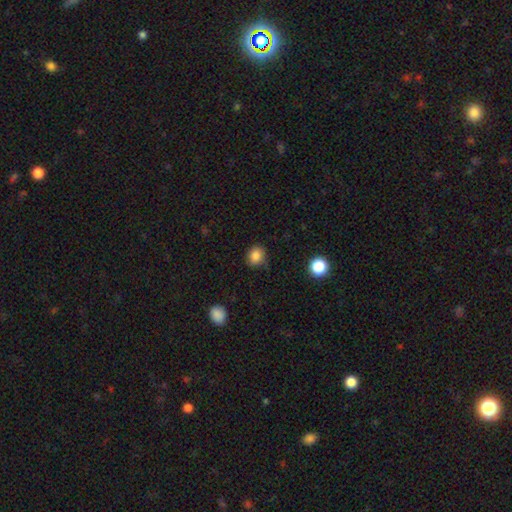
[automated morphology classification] Q: Smooth or featured?
A: smooth (84%); runner-up: star or artifact (11%)
Q: How rounded?
A: round (68%); runner-up: in between (31%)
Q: Merging?
A: none (77%); runner-up: minor disturbance (17%)